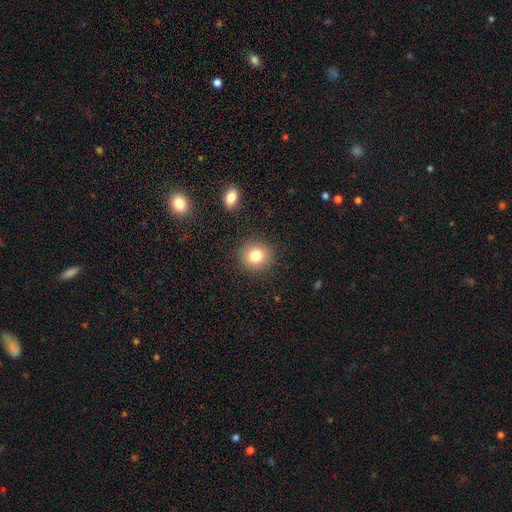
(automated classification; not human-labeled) Morphology: type=smooth (80%); roundness=round (90%); merging=none (89%).